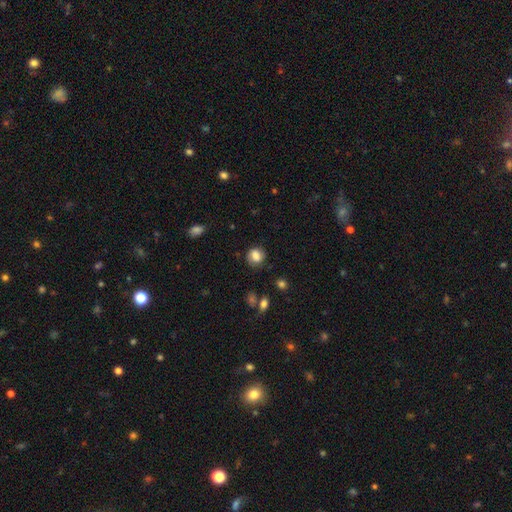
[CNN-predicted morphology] A smooth galaxy with no disk features (81%) that is round (73%).

Vote fractions:
- Smooth or featured? smooth: 81% / star or artifact: 10% / featured or disk: 10%
- How rounded? round: 73% / in between: 26% / cigar-shaped: 1%
- Merging? none: 78% / minor disturbance: 16% / major disturbance: 5% / merger: 2%